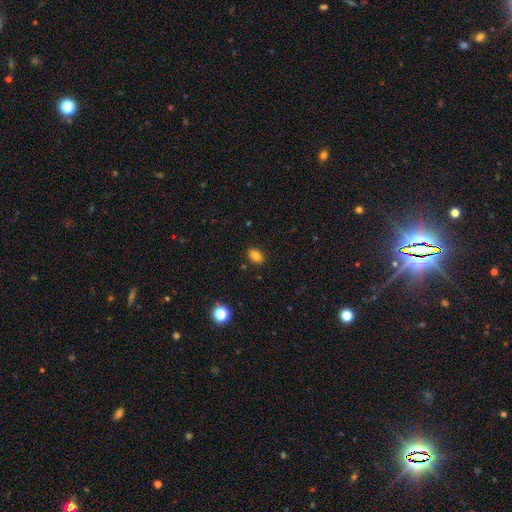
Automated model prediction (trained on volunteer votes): The model was most divided on "how rounded": in between: 82%, round: 17%, cigar-shaped: 2%. More confident: merging — none (86%); smooth or featured — smooth (81%).